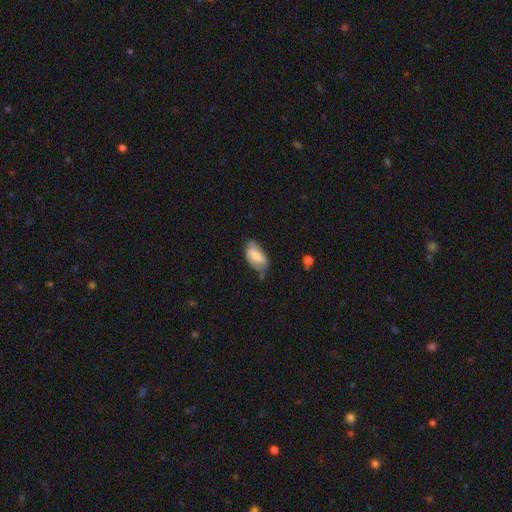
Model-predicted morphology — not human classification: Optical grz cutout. It shows a smooth galaxy with no disk features (67%) that is in between round and cigar-shaped (93%). Merging: none (53%).